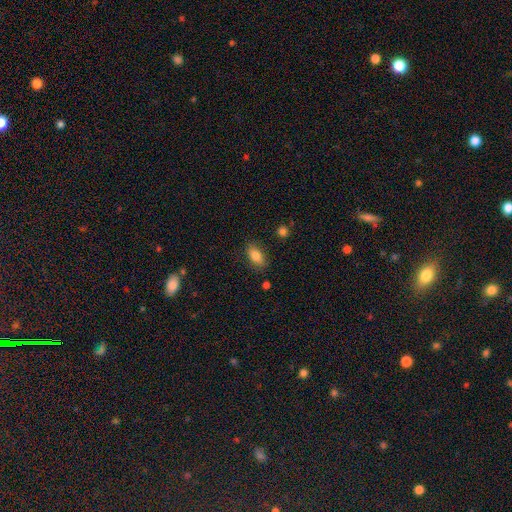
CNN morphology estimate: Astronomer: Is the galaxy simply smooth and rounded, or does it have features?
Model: smooth — 80%.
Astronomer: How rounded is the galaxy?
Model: in between — 87%.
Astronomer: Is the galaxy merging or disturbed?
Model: none — 82%.